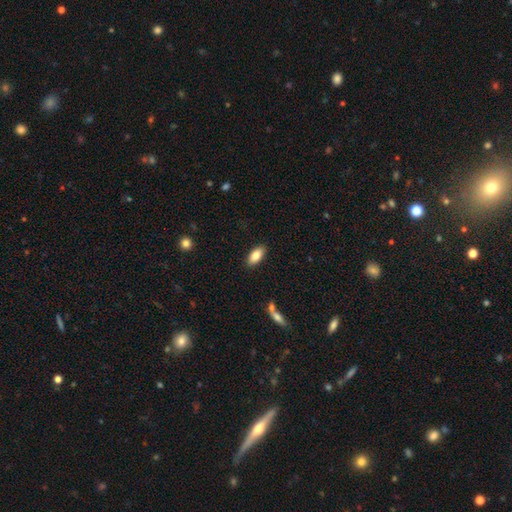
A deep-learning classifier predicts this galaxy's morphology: The model was most divided on "smooth or featured": smooth: 83%, featured or disk: 10%, star or artifact: 7%. More confident: how rounded — in between (88%); merging — none (88%).